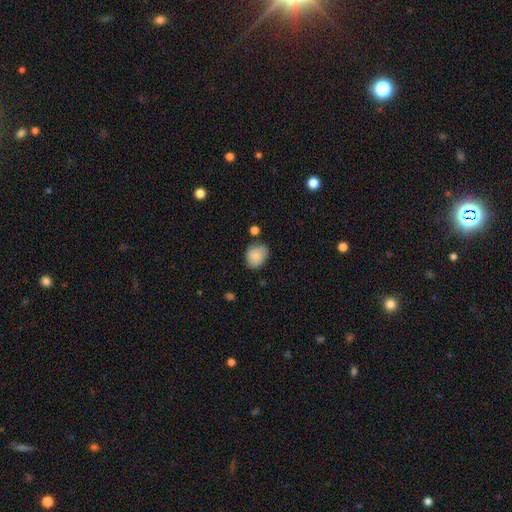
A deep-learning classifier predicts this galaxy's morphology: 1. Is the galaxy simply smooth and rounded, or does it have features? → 76% smooth, 16% featured or disk, 8% star or artifact.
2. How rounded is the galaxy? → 50% in between, 49% round, 1% cigar-shaped.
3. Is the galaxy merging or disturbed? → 63% none, 26% minor disturbance, 6% major disturbance, 6% merger.